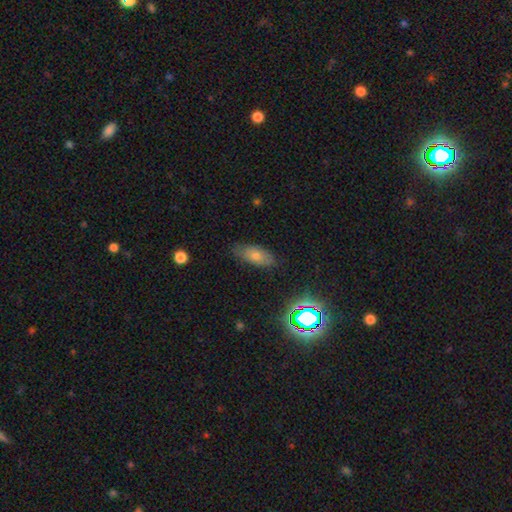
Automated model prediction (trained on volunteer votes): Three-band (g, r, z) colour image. It shows a smooth galaxy with no disk features (61%) that is in between round and cigar-shaped (82%). Merging: none (79%).